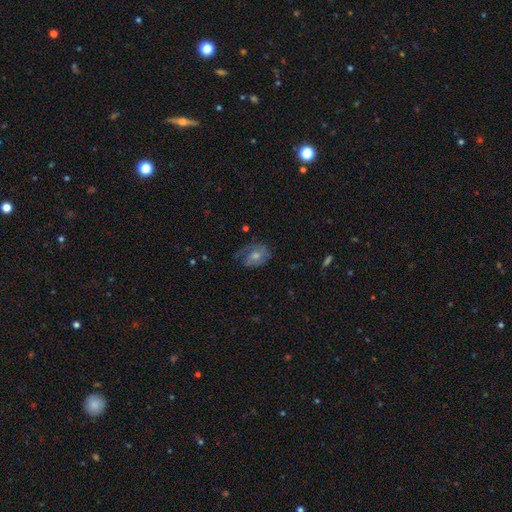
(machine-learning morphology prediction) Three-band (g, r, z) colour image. It shows a featured or disk galaxy (62%) with no bar (70%), spiral arms (81%) and a moderate central bulge (58%). Merging: none (62%).